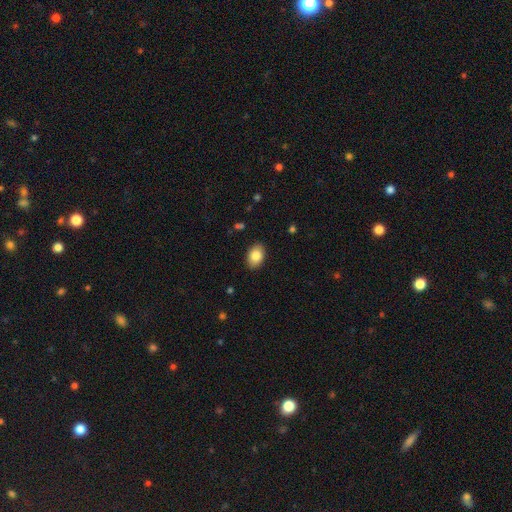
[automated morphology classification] smooth 85%, star or artifact 7%, featured or disk 7%. Down the decision tree: how rounded — in between (85%); merging — none (88%).